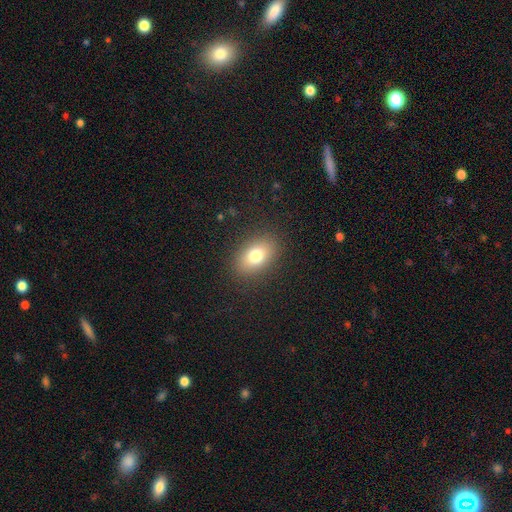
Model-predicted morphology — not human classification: A smooth galaxy with no disk features (76%) that is in between round and cigar-shaped (82%).

Vote fractions:
- Smooth or featured? smooth: 76% / featured or disk: 13% / star or artifact: 11%
- How rounded? in between: 82% / round: 16% / cigar-shaped: 2%
- Merging? none: 87% / minor disturbance: 9% / major disturbance: 4% / merger: 1%